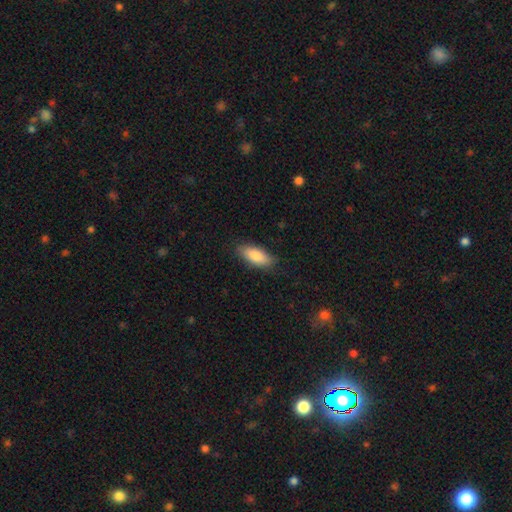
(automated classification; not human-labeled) smooth-or-featured: smooth: 85% | featured or disk: 9% | star or artifact: 6%
  how-rounded: in between: 79% | cigar-shaped: 19% | round: 2%
  merging: none: 84% | minor disturbance: 12% | major disturbance: 3% | merger: 1%